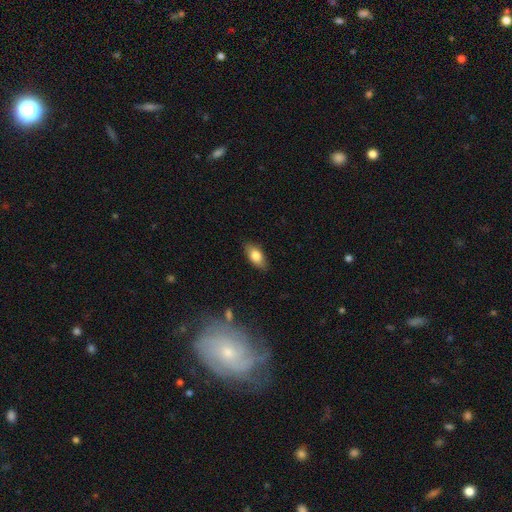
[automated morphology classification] Smooth or featured? Predicted: smooth (p=0.81). How rounded? Predicted: in between (p=0.89). Merging? Predicted: none (p=0.86).